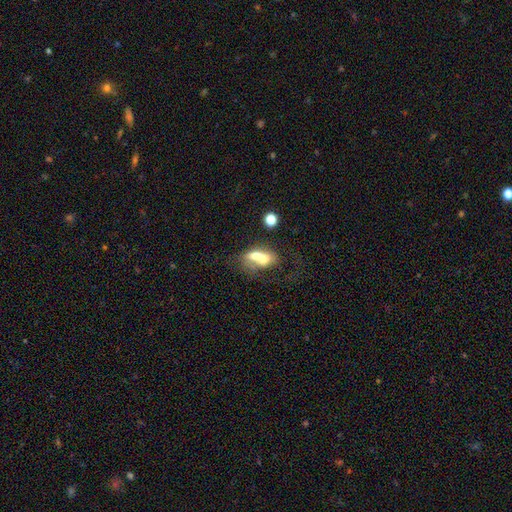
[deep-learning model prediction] Overall: smooth (58%; featured or disk 33%). How rounded: in between (70%). Merging: merger (65%).